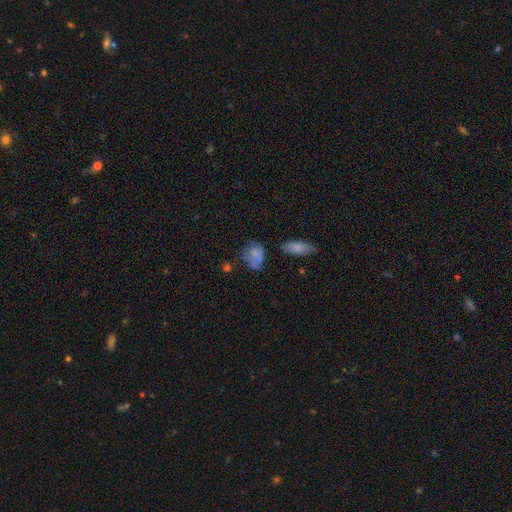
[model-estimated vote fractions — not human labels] A smooth galaxy with no disk features (65%) that is in between round and cigar-shaped (67%). Merging: none (42%).